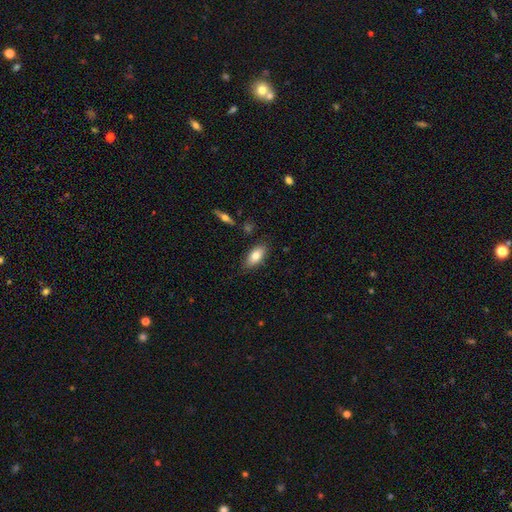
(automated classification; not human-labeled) A smooth galaxy with no disk features (79%) that is in between round and cigar-shaped (89%).

Vote fractions:
- Smooth or featured? smooth: 79% / featured or disk: 14% / star or artifact: 7%
- How rounded? in between: 89% / cigar-shaped: 8% / round: 3%
- Merging? none: 81% / minor disturbance: 14% / major disturbance: 3% / merger: 2%